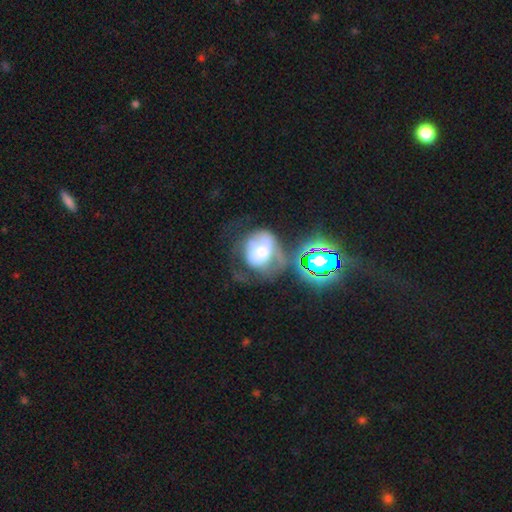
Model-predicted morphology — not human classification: A featured or disk galaxy (52%) with no bar (75%), no spiral arms (66%) and a moderate central bulge (47%). Merging: major disturbance (37%).